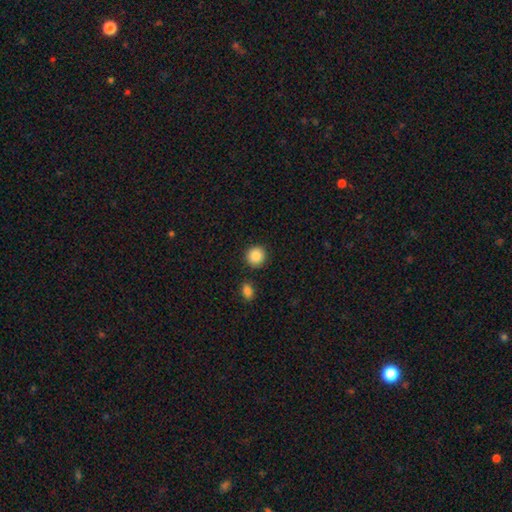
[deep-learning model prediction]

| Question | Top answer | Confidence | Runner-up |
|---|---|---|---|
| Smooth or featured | smooth | 89% | star or artifact (8%) |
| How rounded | round | 91% | in between (8%) |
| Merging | none | 88% | minor disturbance (7%) |